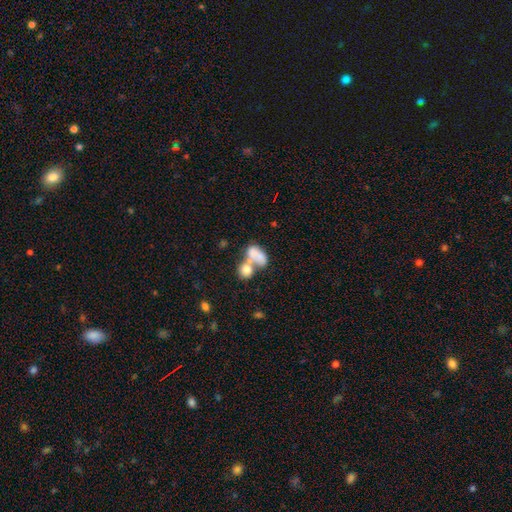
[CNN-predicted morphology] type=smooth (71%); roundness=in between (82%); merging=merger (65%).